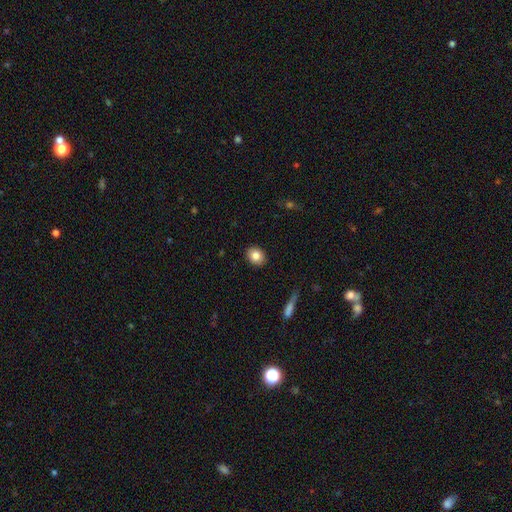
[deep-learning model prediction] smooth 84%, star or artifact 8%, featured or disk 8%. Down the decision tree: how rounded — round (55%); merging — none (90%).